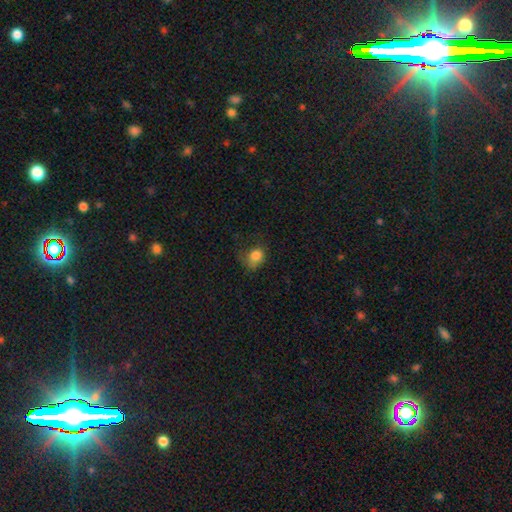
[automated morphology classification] smooth 81%, star or artifact 12%, featured or disk 7%. Down the decision tree: how rounded — round (55%); merging — none (45%).